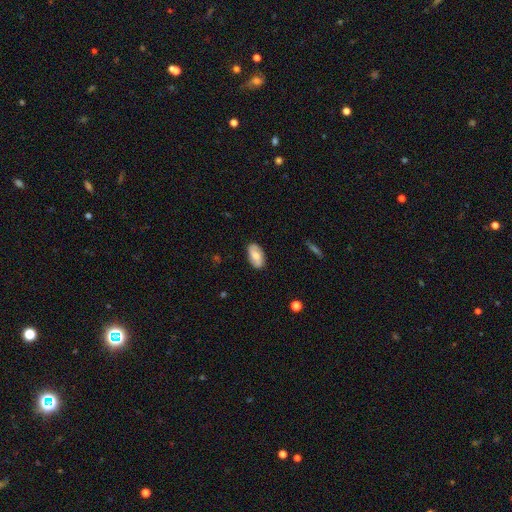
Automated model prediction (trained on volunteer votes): Smooth or featured? smooth (63%)
How rounded? in between (94%)
Merging? none (85%)